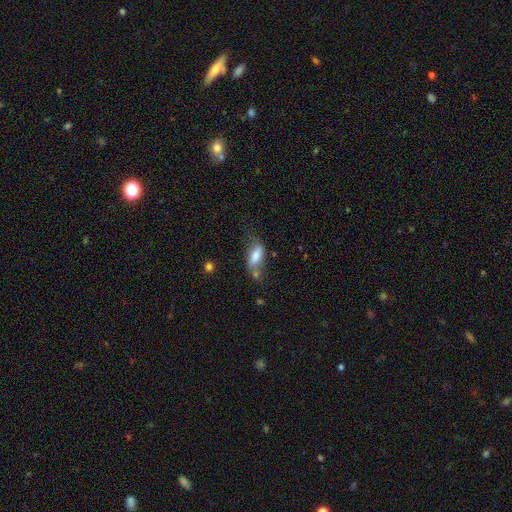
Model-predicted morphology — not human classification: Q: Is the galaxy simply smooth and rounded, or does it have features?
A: smooth — 68%.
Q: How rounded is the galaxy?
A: in between — 74%.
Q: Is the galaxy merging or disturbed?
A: none — 42%.